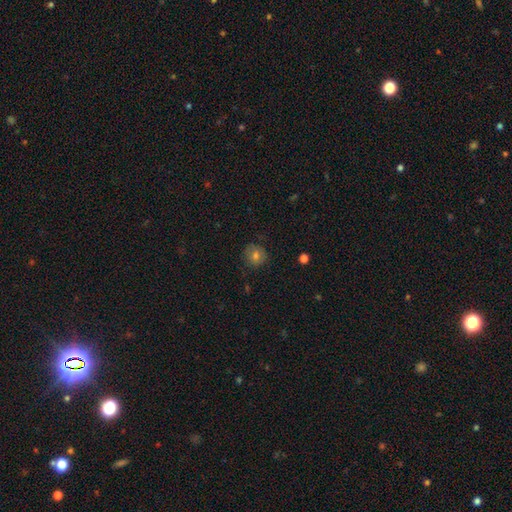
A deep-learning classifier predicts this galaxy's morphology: Overall: smooth (69%). How rounded: round (89%). Merging: none (81%).